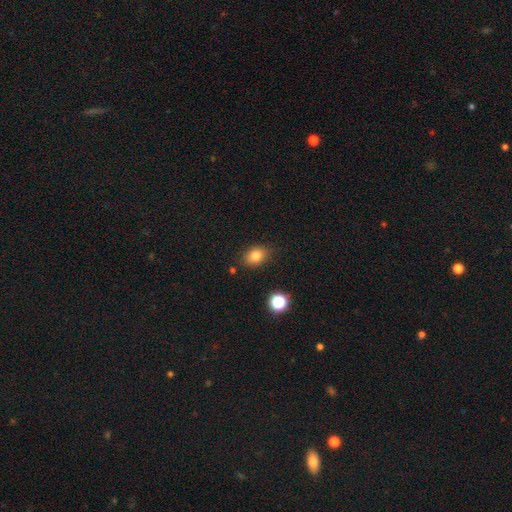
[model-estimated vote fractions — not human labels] Overall: smooth (80%). How rounded: in between (62%; round 36%). Merging: none (83%).